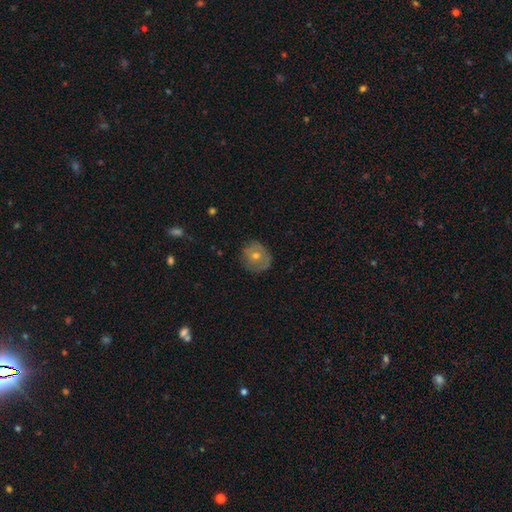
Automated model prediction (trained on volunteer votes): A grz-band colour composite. It shows a smooth galaxy with no disk features (49%). Merging: none (81%).